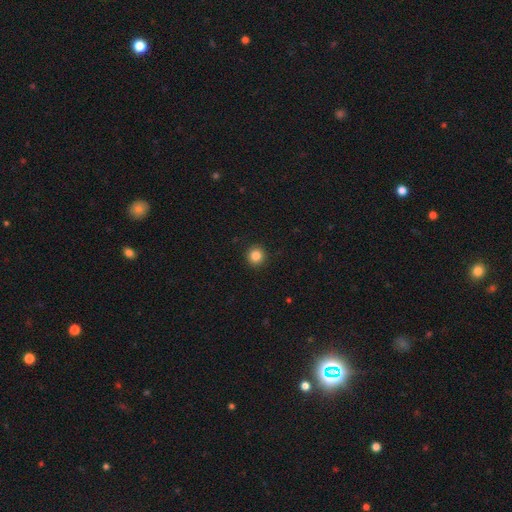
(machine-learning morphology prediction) Smooth or featured: smooth — 85% (star or artifact — 11%)
How rounded: round — 93% (in between — 6%)
Merging: none — 92% (minor disturbance — 5%)